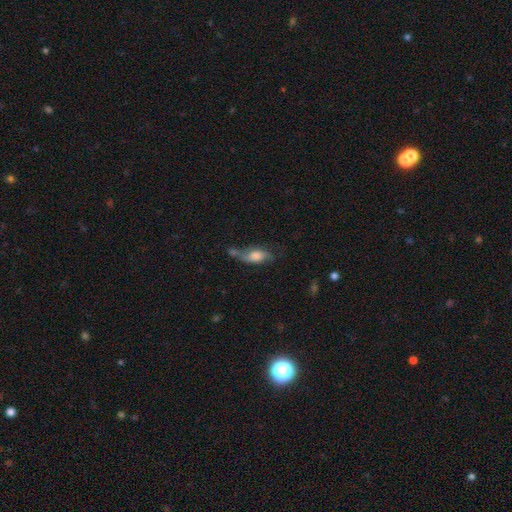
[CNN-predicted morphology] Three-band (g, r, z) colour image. It shows a smooth galaxy with no disk features (52%) that is in between round and cigar-shaped (72%). Merging: none (35%).